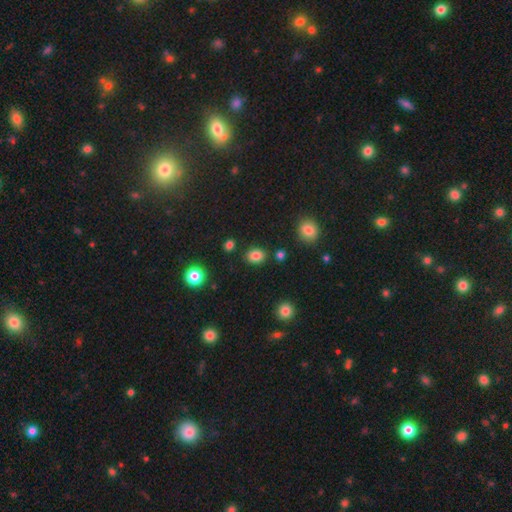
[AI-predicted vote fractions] A smooth galaxy with no disk features (84%) that is in between round and cigar-shaped (57%). Merging: none (85%).